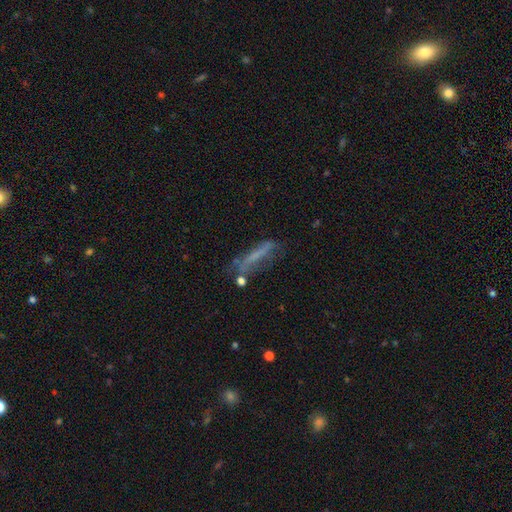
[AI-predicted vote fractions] Overall: smooth (47%; featured or disk 40%). Merging: none (55%; minor disturbance 24%).